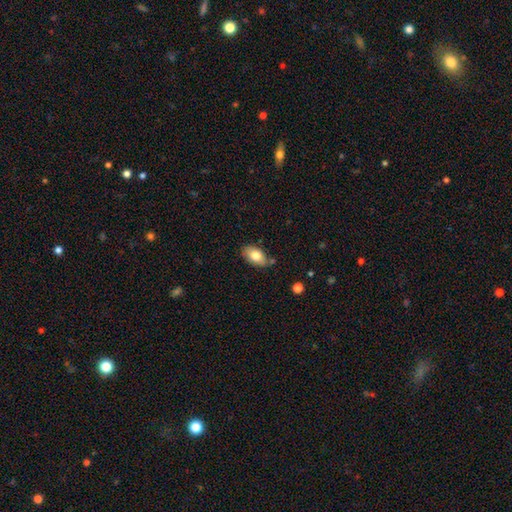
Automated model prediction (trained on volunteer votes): Smooth or featured? Predicted: smooth (p=0.79). How rounded? Predicted: in between (p=0.91). Merging? Predicted: none (p=0.74).